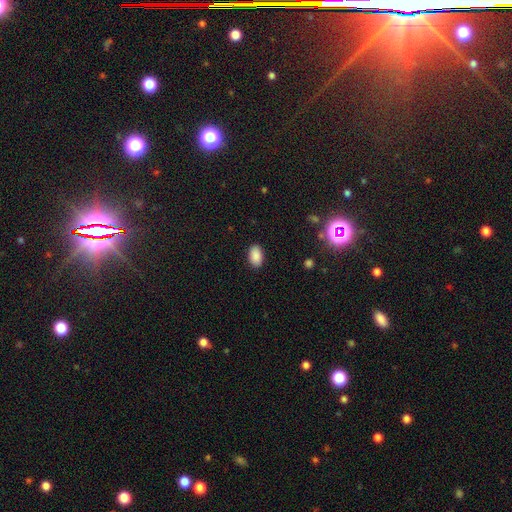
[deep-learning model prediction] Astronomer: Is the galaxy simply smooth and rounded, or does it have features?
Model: smooth — 89%.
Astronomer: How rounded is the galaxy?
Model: in between — 92%.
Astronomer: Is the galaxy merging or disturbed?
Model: none — 88%.